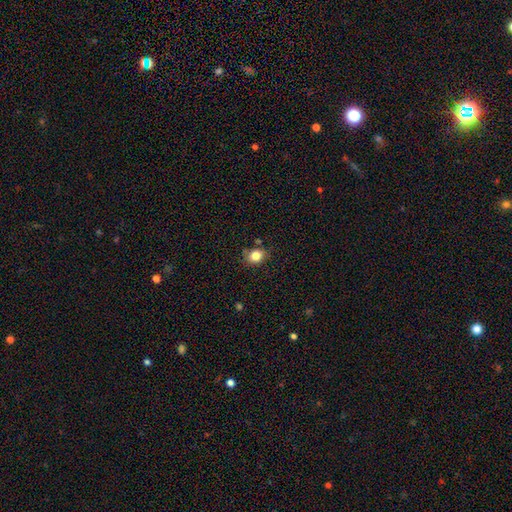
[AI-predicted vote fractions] A smooth galaxy with no disk features (82%) that is round (52%).

Vote fractions:
- Smooth or featured? smooth: 82% / star or artifact: 11% / featured or disk: 7%
- How rounded? round: 52% / in between: 47% / cigar-shaped: 1%
- Merging? none: 77% / minor disturbance: 15% / merger: 4% / major disturbance: 3%